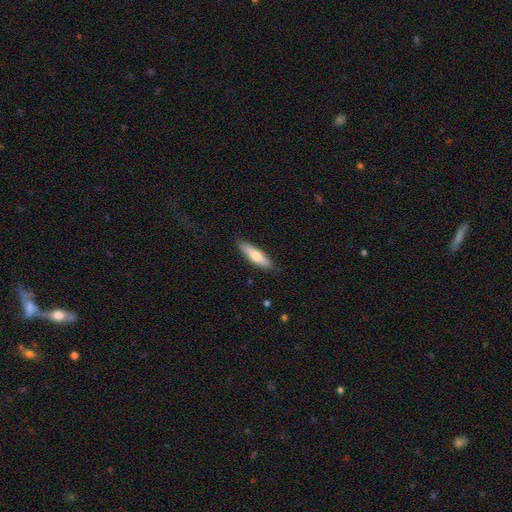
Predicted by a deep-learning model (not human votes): Smooth or featured? Predicted: smooth (p=0.64). How rounded? Predicted: cigar-shaped (p=0.61). Merging? Predicted: none (p=0.87).